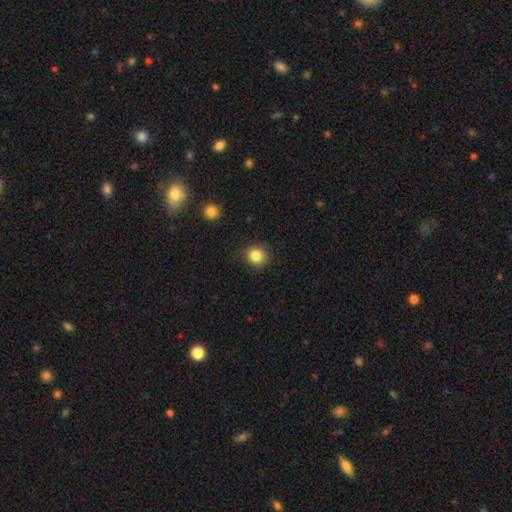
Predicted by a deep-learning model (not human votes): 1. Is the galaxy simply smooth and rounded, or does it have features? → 84% smooth, 11% star or artifact, 5% featured or disk.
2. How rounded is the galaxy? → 89% round, 10% in between, 1% cigar-shaped.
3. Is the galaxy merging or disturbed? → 88% none, 8% minor disturbance, 2% major disturbance, 1% merger.